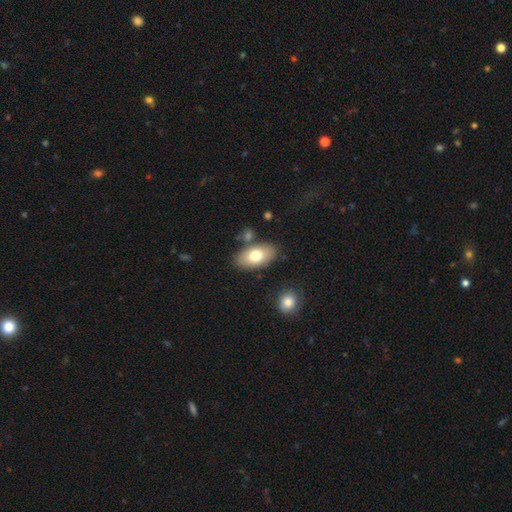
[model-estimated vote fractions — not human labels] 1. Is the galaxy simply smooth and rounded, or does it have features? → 74% smooth, 19% featured or disk, 7% star or artifact.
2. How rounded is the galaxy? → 93% in between, 5% round, 2% cigar-shaped.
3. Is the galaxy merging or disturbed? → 79% none, 11% minor disturbance, 7% merger, 3% major disturbance.